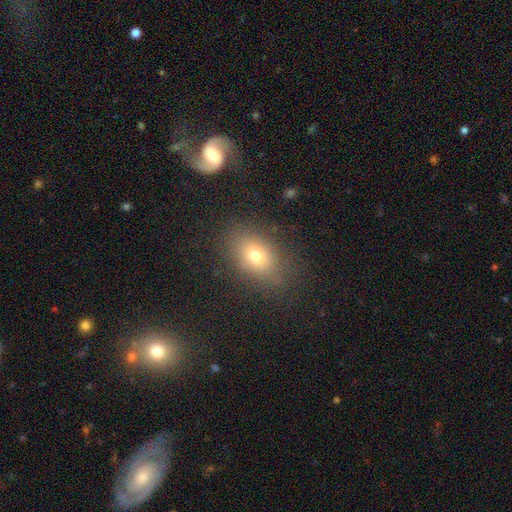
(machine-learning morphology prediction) The model was most divided on "smooth or featured": smooth: 71%, featured or disk: 15%, star or artifact: 13%. More confident: merging — none (81%); how rounded — in between (79%).